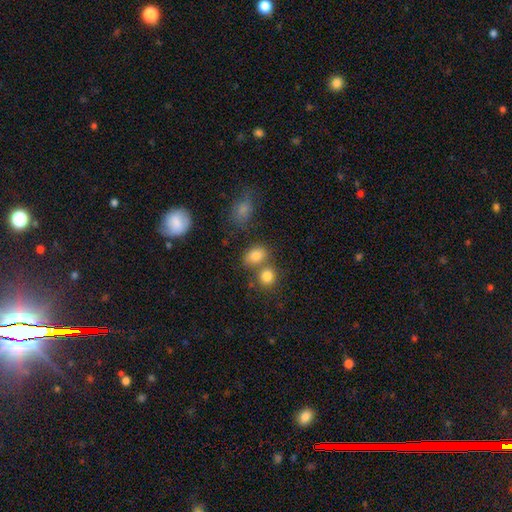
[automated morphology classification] smooth_or_featured: smooth (p=0.80) [alt: star or artifact p=0.12]
how_rounded: in between (p=0.65) [alt: round p=0.34]
merging: none (p=0.51) [alt: merger p=0.33]